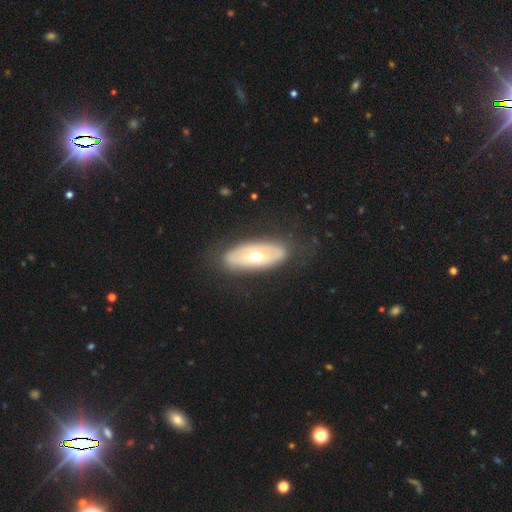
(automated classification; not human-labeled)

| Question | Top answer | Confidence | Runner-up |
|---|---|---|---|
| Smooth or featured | featured or disk | 49% | smooth (46%) |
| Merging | none | 81% | minor disturbance (13%) |